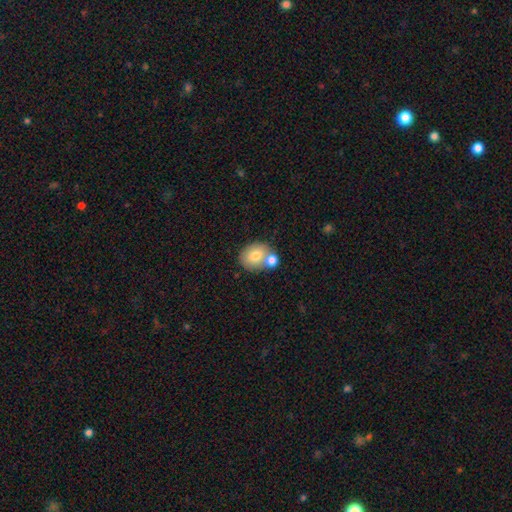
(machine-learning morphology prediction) The model was most divided on "how rounded": round: 55%, in between: 44%, cigar-shaped: 1%. Remaining: smooth or featured — smooth (77%); merging — none (49%).